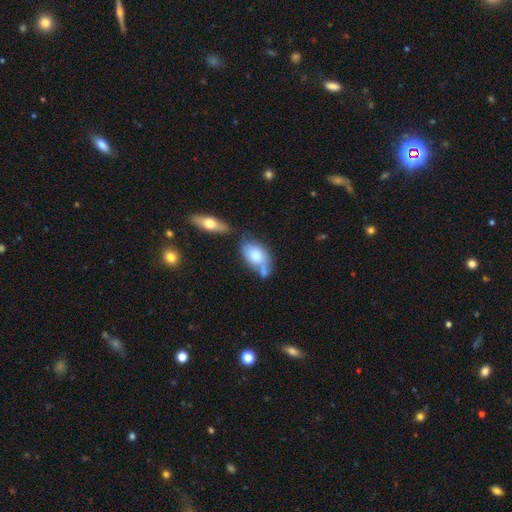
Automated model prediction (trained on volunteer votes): Q: Smooth or featured?
A: smooth (69%); runner-up: featured or disk (24%)
Q: How rounded?
A: in between (89%); runner-up: round (8%)
Q: Merging?
A: none (42%); runner-up: merger (29%)